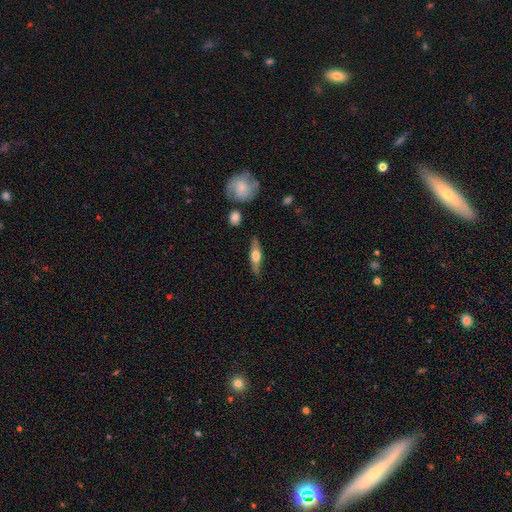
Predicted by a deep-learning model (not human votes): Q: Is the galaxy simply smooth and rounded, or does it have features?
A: featured or disk — 51%.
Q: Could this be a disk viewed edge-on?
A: yes — 90%.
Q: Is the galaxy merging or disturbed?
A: none — 82%.